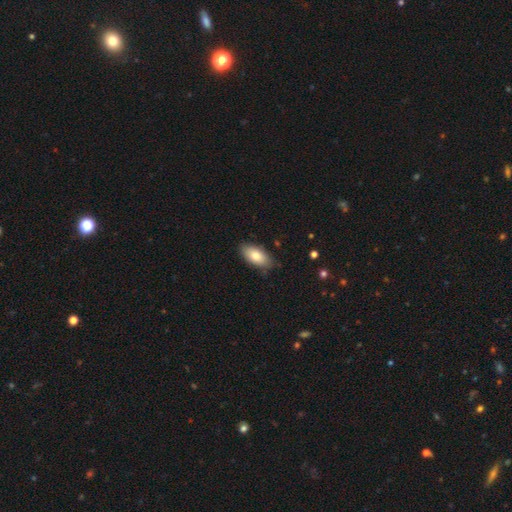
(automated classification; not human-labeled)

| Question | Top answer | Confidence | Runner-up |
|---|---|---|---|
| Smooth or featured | smooth | 79% | featured or disk (14%) |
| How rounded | in between | 91% | cigar-shaped (6%) |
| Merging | none | 81% | minor disturbance (15%) |